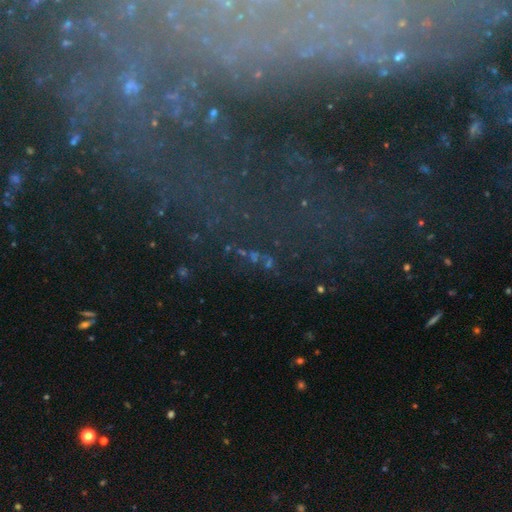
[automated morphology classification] The model was most divided on "smooth or featured": star or artifact: 53%, featured or disk: 29%, smooth: 17%.